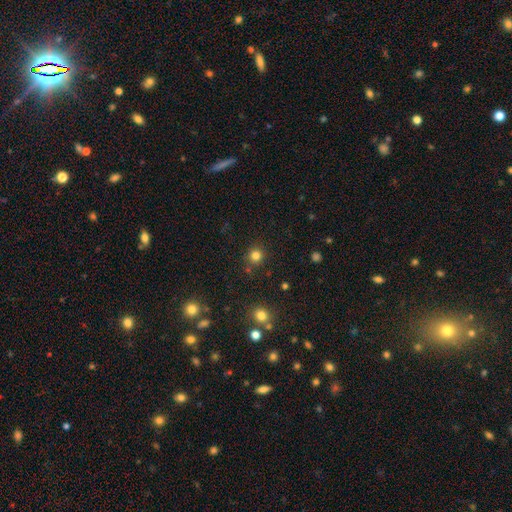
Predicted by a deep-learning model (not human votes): Smooth or featured? smooth (80%)
How rounded? round (93%)
Merging? none (86%)